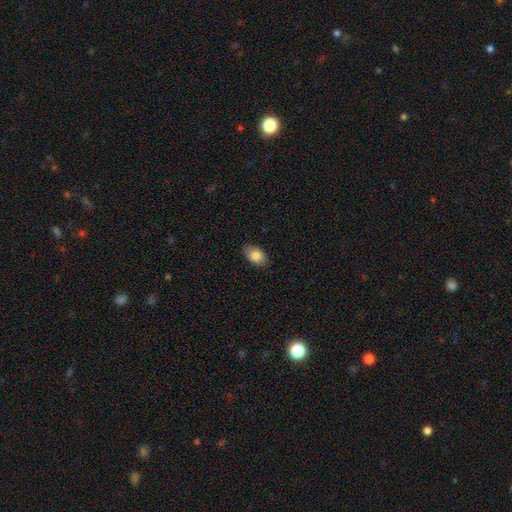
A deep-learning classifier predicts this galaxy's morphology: The model was most divided on "smooth or featured": smooth: 81%, featured or disk: 12%, star or artifact: 7%. More confident: how rounded — in between (91%); merging — none (87%).